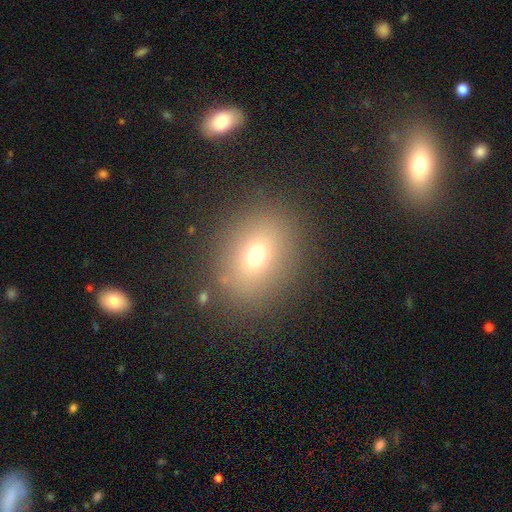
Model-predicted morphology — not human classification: This appears to be a smooth galaxy with no disk features (69%) that is round (55%). Merging: none (84%).